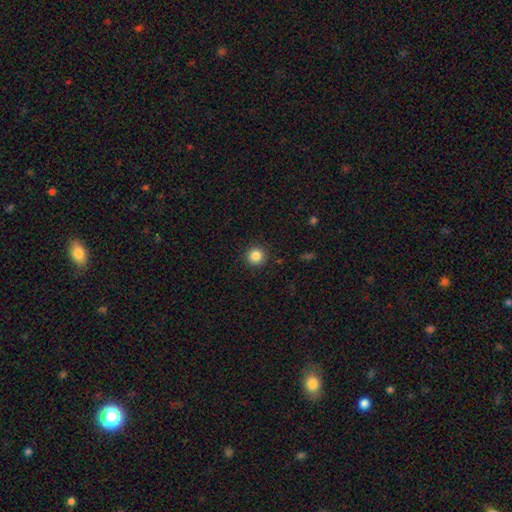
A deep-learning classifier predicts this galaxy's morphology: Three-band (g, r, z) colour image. It shows a smooth galaxy with no disk features (86%) that is round (95%). Merging: none (92%).